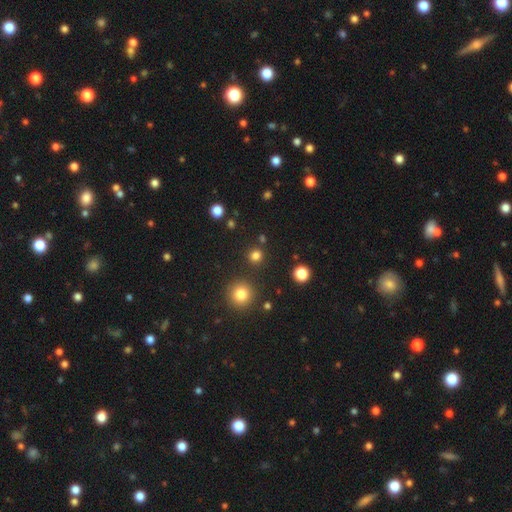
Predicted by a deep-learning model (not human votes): This appears to be a smooth galaxy with no disk features (80%) that is round (93%). Merging: none (88%).